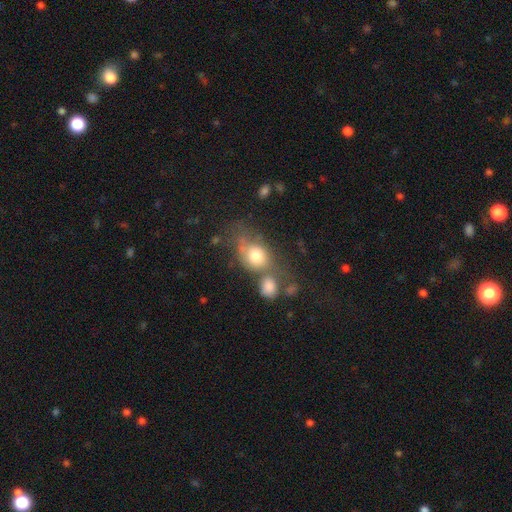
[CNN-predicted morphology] Smooth or featured? smooth (72%)
How rounded? in between (53%)
Merging? merger (35%)